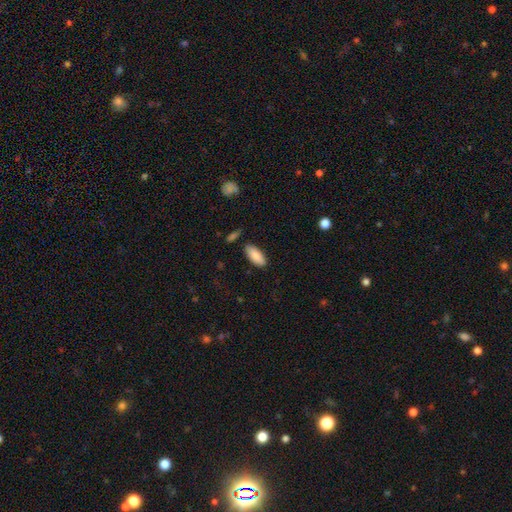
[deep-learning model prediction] smooth 88%, featured or disk 6%, star or artifact 6%. Down the decision tree: how rounded — in between (87%); merging — none (82%).